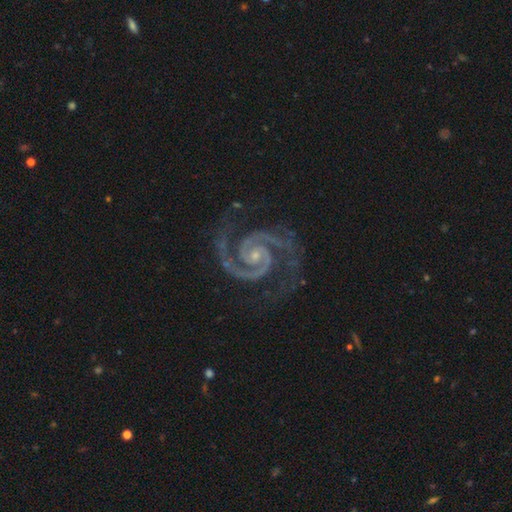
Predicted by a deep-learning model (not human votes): Smooth or featured? Predicted: featured or disk (p=0.95). Edge-on disk? Predicted: no (p=0.99). Bar? Predicted: no (p=0.61). Spiral arms? Predicted: yes (p=0.99). Spiral winding? Predicted: tight (p=0.56). Spiral arm count? Predicted: 2 (p=0.94). Bulge size? Predicted: small (p=0.73). Merging? Predicted: none (p=0.76).